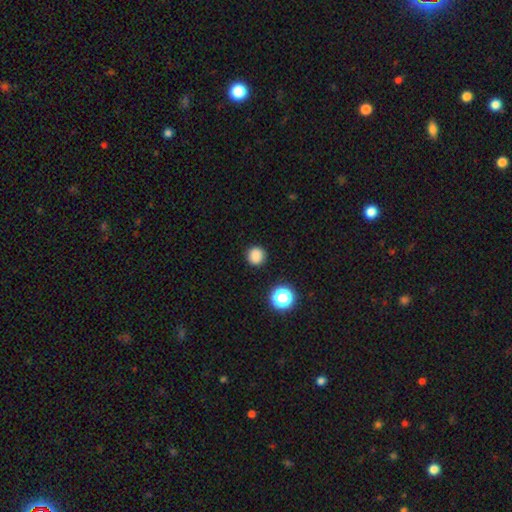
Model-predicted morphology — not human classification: type=smooth (84%); roundness=round (93%); merging=none (90%).